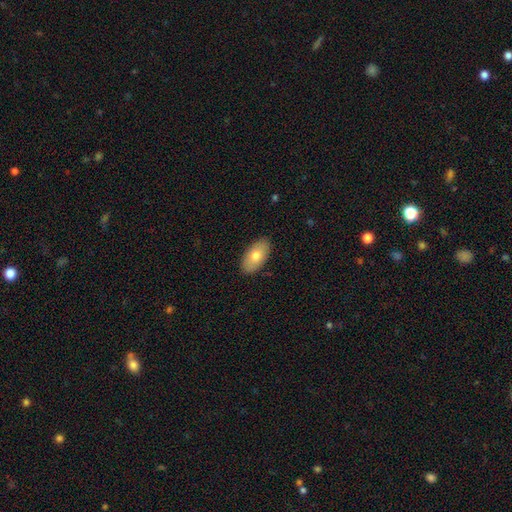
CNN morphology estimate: Smooth or featured? smooth (75%)
How rounded? in between (94%)
Merging? none (88%)